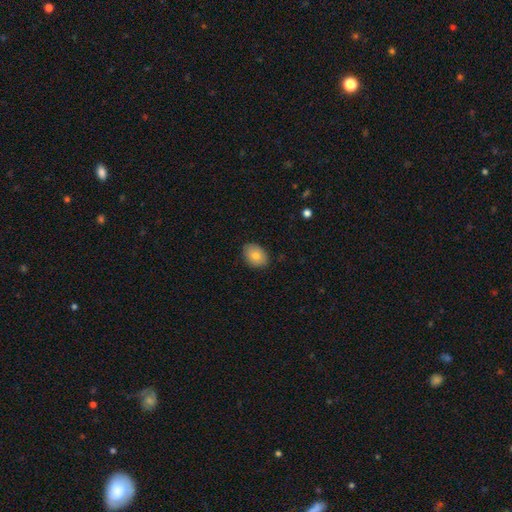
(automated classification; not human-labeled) Smooth or featured? smooth (80%)
How rounded? in between (71%)
Merging? none (85%)